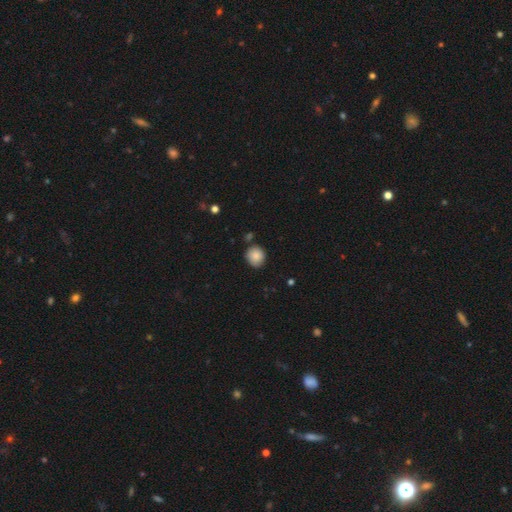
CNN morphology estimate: smooth-or-featured: smooth: 87% | star or artifact: 8% | featured or disk: 5%
  how-rounded: round: 85% | in between: 14% | cigar-shaped: 1%
  merging: none: 80% | minor disturbance: 13% | merger: 4% | major disturbance: 3%